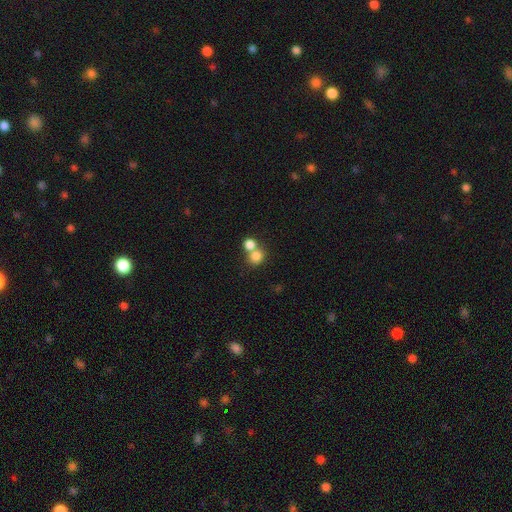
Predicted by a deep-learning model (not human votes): smooth 80%, star or artifact 11%, featured or disk 9%. Down the decision tree: how rounded — round (80%); merging — merger (50%).